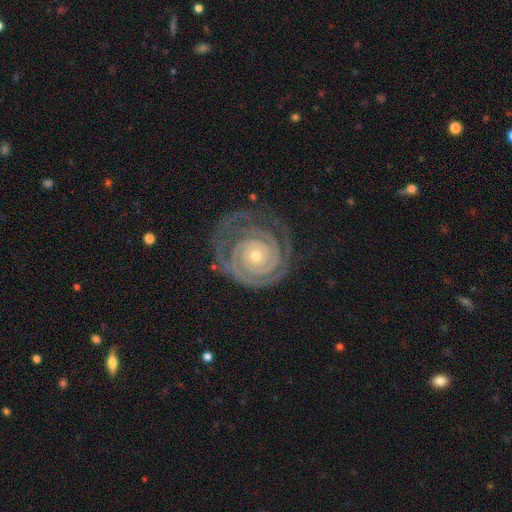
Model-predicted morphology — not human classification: The model was most divided on "bulge size": small: 69%, moderate: 28%, large: 1%, none: 1%, dominant: 1%. More confident: spiral arms — yes (98%); edge-on disk — no (97%); smooth or featured — featured or disk (91%); spiral winding — tight (89%); bar — no (79%); merging — none (72%); spiral arm count — 2 (58%).